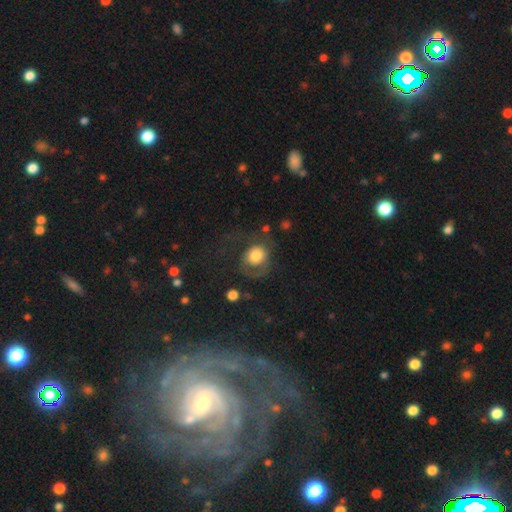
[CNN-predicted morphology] A smooth galaxy with no disk features (63%) that is round (69%).

Vote fractions:
- Smooth or featured? smooth: 63% / featured or disk: 28% / star or artifact: 9%
- How rounded? round: 69% / in between: 30% / cigar-shaped: 1%
- Merging? major disturbance: 45% / none: 33% / minor disturbance: 18% / merger: 3%